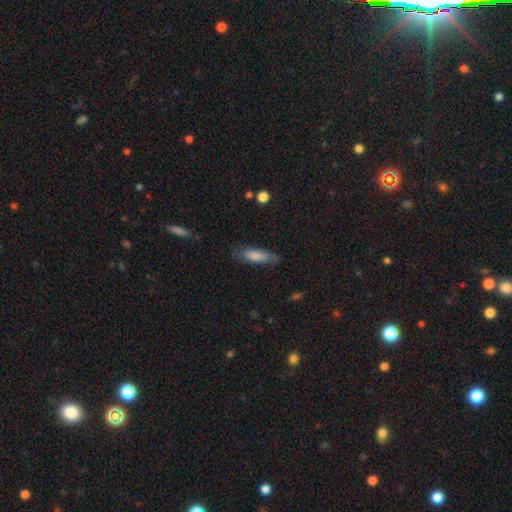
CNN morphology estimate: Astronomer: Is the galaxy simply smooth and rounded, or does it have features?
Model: smooth — 74%.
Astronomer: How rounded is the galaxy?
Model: cigar-shaped — 52% (runner-up: in between, 46%).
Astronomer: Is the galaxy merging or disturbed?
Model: none — 71%.